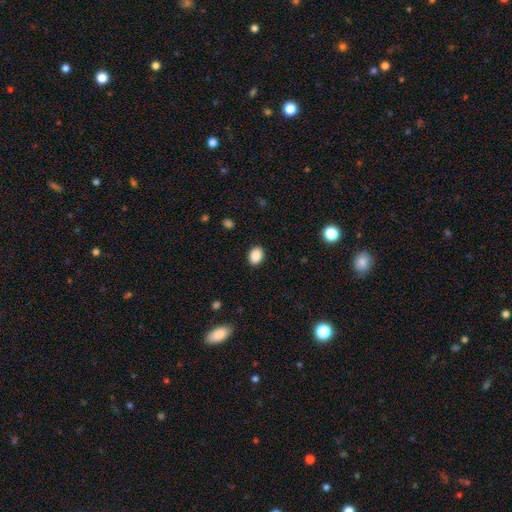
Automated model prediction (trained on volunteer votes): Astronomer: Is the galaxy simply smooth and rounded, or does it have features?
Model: smooth — 89%.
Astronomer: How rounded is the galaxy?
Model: in between — 69%.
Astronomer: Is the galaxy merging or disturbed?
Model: none — 89%.